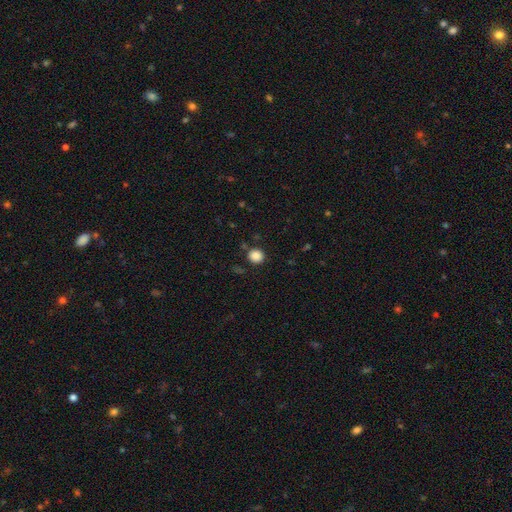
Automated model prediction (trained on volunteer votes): Morphology: type=smooth (87%); roundness=round (89%); merging=none (87%).